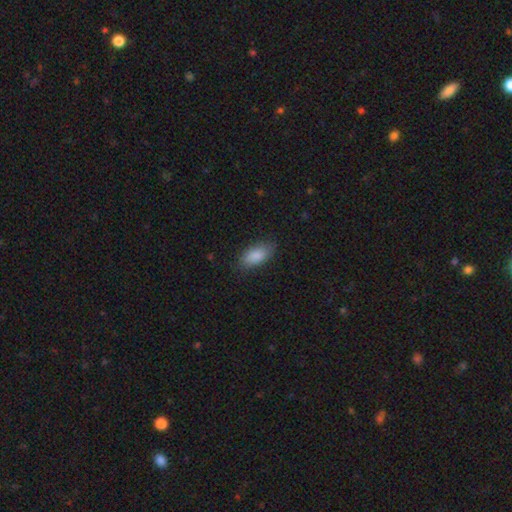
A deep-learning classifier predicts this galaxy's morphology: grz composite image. It shows a smooth galaxy with no disk features (88%) that is in between round and cigar-shaped (89%). Merging: none (80%).